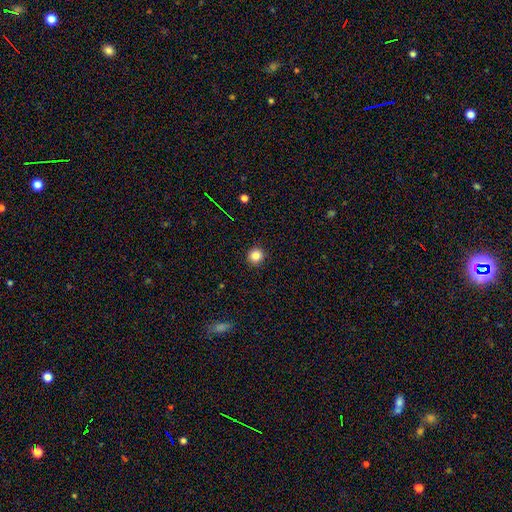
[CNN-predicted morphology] smooth_or_featured: smooth (p=0.84) [alt: star or artifact p=0.12]
how_rounded: round (p=0.94) [alt: in between p=0.05]
merging: none (p=0.92) [alt: minor disturbance p=0.05]